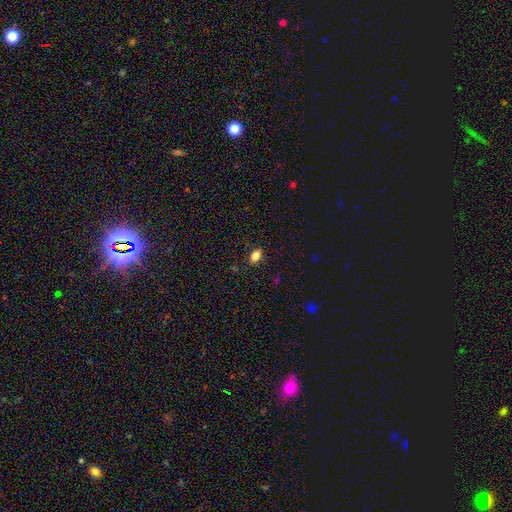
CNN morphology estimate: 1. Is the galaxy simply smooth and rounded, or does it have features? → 83% smooth, 10% star or artifact, 7% featured or disk.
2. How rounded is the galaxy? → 86% in between, 11% round, 3% cigar-shaped.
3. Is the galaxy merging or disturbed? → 87% none, 10% minor disturbance, 2% major disturbance, 1% merger.